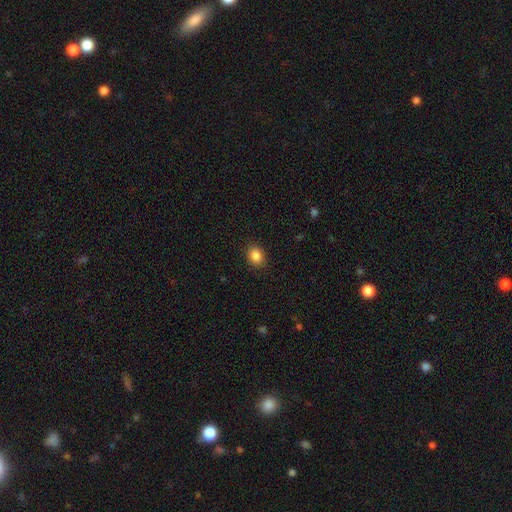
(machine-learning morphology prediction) smooth-or-featured: smooth: 87% | star or artifact: 10% | featured or disk: 4%
  how-rounded: in between: 57% | round: 42% | cigar-shaped: 1%
  merging: none: 88% | minor disturbance: 9% | major disturbance: 2% | merger: 1%